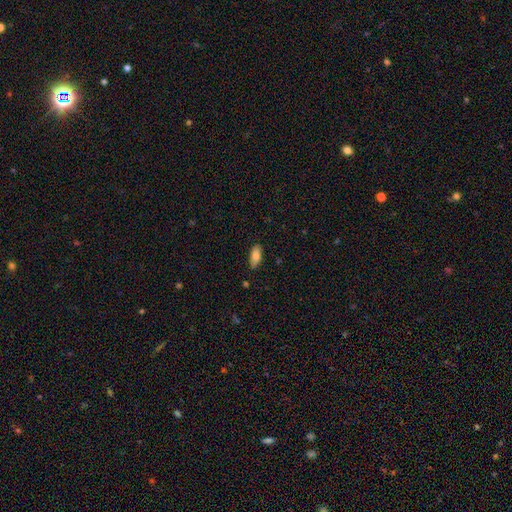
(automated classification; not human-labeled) The model was most divided on "smooth or featured": smooth: 80%, featured or disk: 13%, star or artifact: 7%. More confident: how rounded — in between (84%); merging — none (84%).